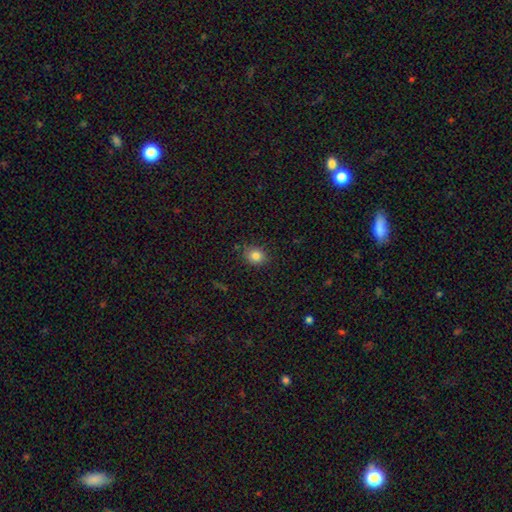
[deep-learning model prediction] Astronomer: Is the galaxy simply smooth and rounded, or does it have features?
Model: smooth — 83%.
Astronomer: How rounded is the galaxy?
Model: round — 68%.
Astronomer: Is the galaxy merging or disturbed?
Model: none — 84%.